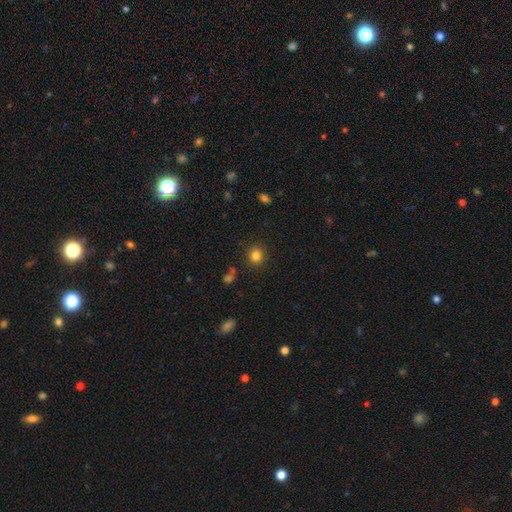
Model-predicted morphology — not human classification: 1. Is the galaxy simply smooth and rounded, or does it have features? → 82% smooth, 12% star or artifact, 5% featured or disk.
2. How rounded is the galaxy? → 86% round, 14% in between, 1% cigar-shaped.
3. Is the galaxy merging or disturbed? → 88% none, 7% minor disturbance, 2% major disturbance, 2% merger.